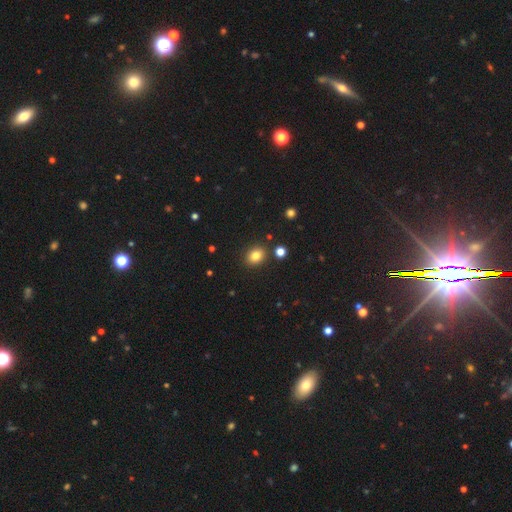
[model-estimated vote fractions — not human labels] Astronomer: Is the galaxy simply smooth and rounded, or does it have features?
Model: smooth — 82%.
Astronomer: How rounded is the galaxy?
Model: in between — 51% (runner-up: round, 48%).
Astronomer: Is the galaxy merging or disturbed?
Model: none — 86%.